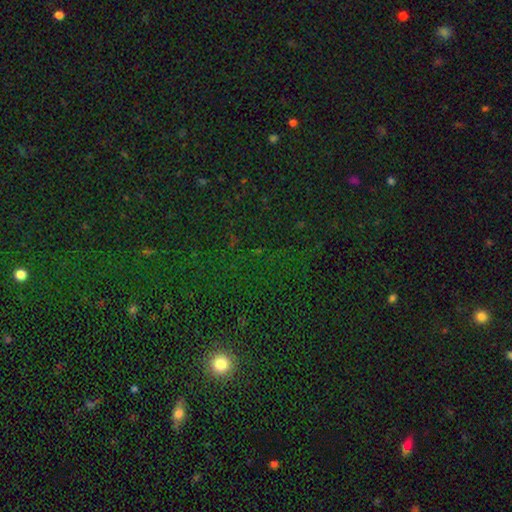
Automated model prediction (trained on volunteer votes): smooth-or-featured: star or artifact: 74% | smooth: 19% | featured or disk: 8%